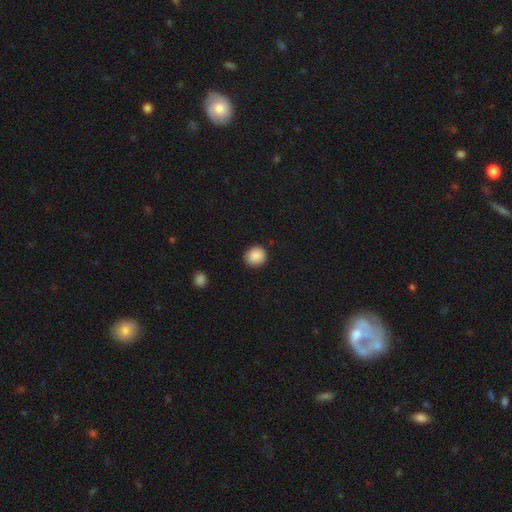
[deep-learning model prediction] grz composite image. It shows a smooth galaxy with no disk features (89%) that is round (88%). Merging: none (88%).